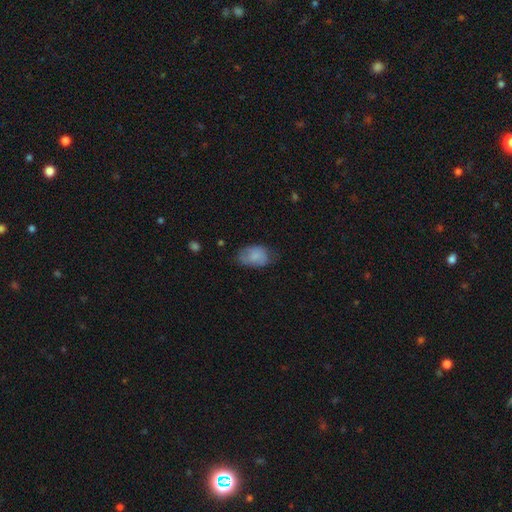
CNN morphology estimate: smooth_or_featured: smooth (p=0.78) [alt: featured or disk p=0.14]
how_rounded: in between (p=0.86) [alt: round p=0.13]
merging: none (p=0.56) [alt: minor disturbance p=0.32]